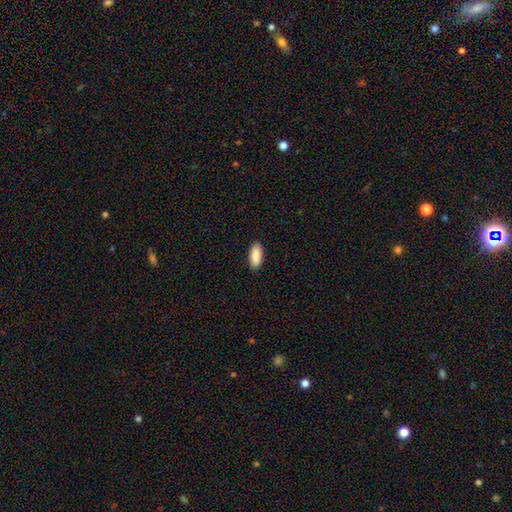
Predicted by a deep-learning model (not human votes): Smooth or featured: smooth — 90% (star or artifact — 6%)
How rounded: in between — 84% (cigar-shaped — 14%)
Merging: none — 90% (minor disturbance — 8%)